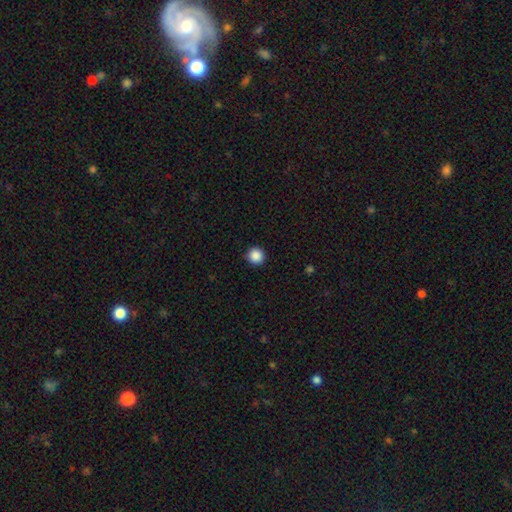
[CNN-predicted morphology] Smooth or featured? smooth (88%)
How rounded? round (95%)
Merging? none (92%)